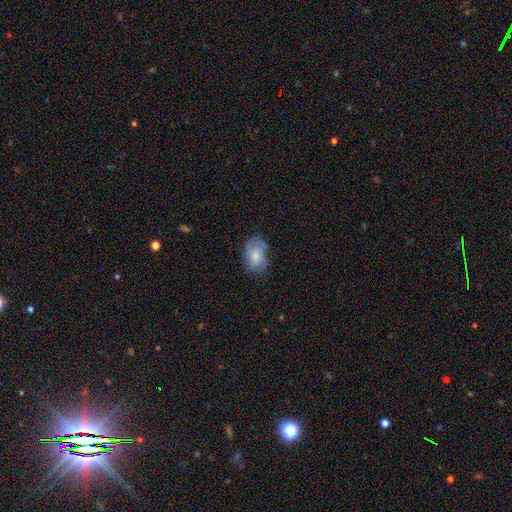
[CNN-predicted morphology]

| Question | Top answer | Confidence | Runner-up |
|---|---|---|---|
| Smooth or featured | smooth | 64% | featured or disk (27%) |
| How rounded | in between | 81% | round (18%) |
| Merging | none | 59% | minor disturbance (28%) |